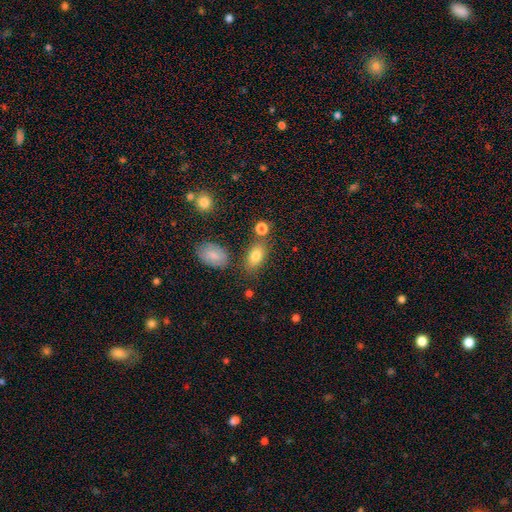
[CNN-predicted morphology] A smooth galaxy with no disk features (79%) that is in between round and cigar-shaped (87%).

Vote fractions:
- Smooth or featured? smooth: 79% / featured or disk: 12% / star or artifact: 10%
- How rounded? in between: 87% / round: 9% / cigar-shaped: 4%
- Merging? none: 70% / minor disturbance: 15% / merger: 10% / major disturbance: 5%